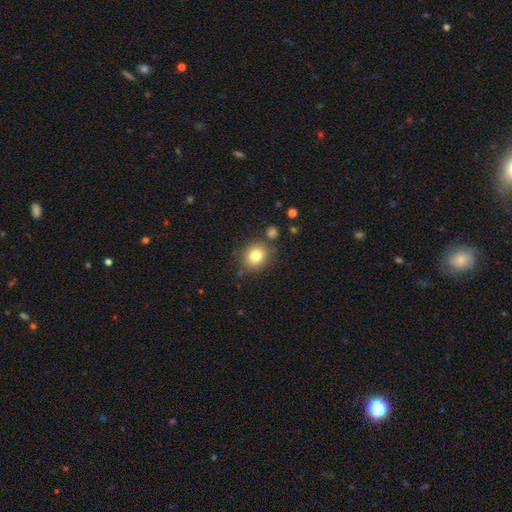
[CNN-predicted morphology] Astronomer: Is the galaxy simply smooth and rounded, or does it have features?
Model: smooth — 79%.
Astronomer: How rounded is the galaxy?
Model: round — 77%.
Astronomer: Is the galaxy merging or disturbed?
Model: none — 79%.